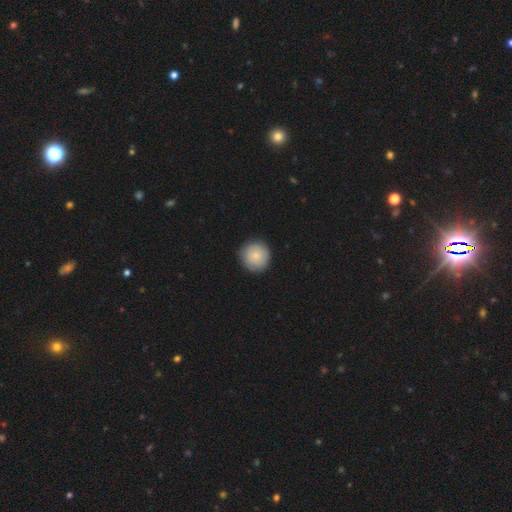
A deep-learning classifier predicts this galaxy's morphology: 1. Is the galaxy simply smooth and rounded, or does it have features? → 82% smooth, 12% featured or disk, 7% star or artifact.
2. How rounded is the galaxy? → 95% round, 4% in between, 1% cigar-shaped.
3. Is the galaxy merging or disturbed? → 90% none, 7% minor disturbance, 2% major disturbance, 1% merger.